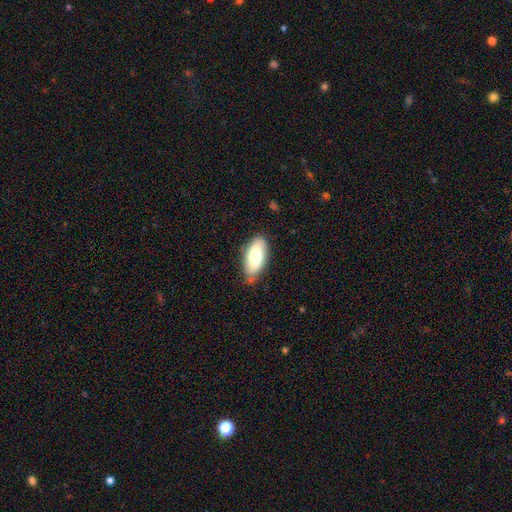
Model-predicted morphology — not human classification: Overall: smooth (73%). How rounded: in between (89%). Merging: none (76%).